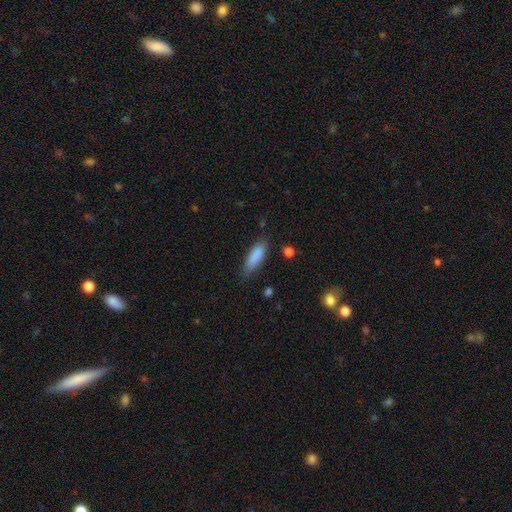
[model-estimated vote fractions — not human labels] Morphology: type=smooth (86%); roundness=in between (54%); merging=none (76%).